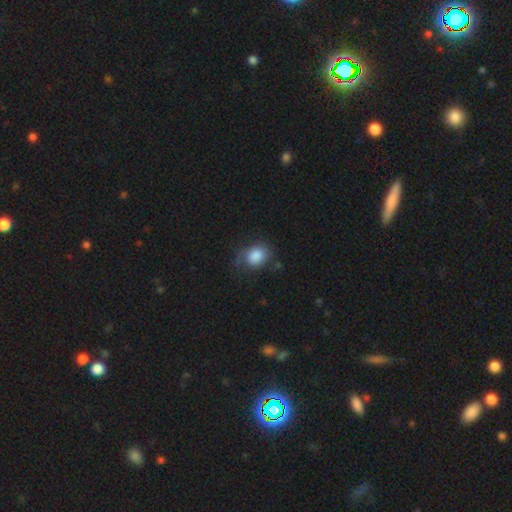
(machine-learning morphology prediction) Q: Smooth or featured?
A: smooth (81%); runner-up: featured or disk (10%)
Q: How rounded?
A: in between (51%); runner-up: round (48%)
Q: Merging?
A: none (55%); runner-up: minor disturbance (29%)